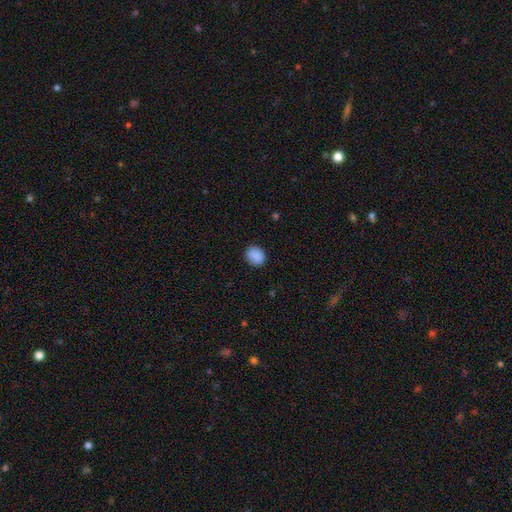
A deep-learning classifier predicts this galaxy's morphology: A smooth galaxy with no disk features (89%) that is round (69%).

Vote fractions:
- Smooth or featured? smooth: 89% / star or artifact: 8% / featured or disk: 3%
- How rounded? round: 69% / in between: 30% / cigar-shaped: 1%
- Merging? none: 87% / minor disturbance: 10% / major disturbance: 2% / merger: 1%